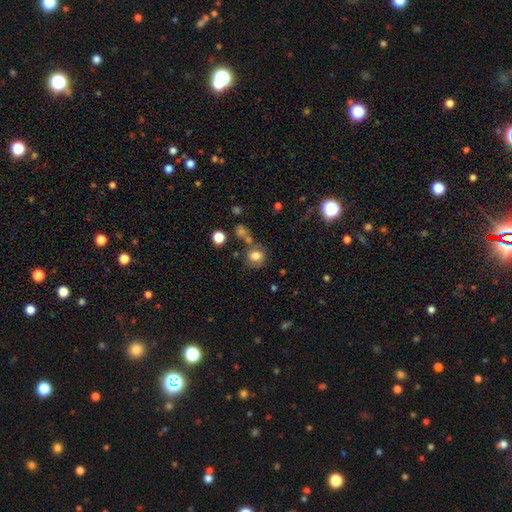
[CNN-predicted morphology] smooth 77%, star or artifact 12%, featured or disk 11%. Down the decision tree: how rounded — round (71%); merging — none (63%).